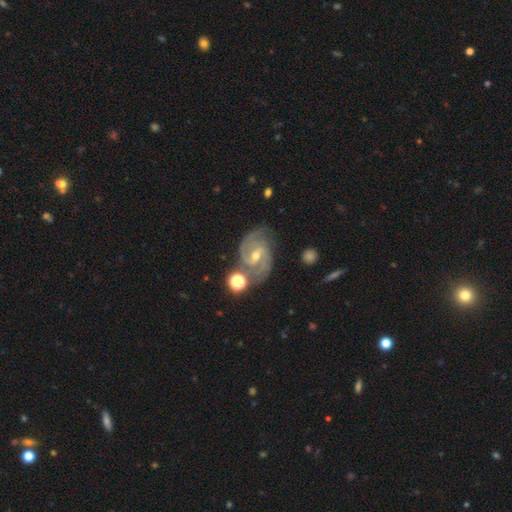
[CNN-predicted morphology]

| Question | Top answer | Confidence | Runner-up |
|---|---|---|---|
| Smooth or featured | featured or disk | 89% | star or artifact (6%) |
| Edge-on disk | no | 97% | yes (3%) |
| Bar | weak | 52% | no (25%) |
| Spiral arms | yes | 98% | no (2%) |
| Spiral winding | medium | 49% | tight (42%) |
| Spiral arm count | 2 | 79% | 3 (10%) |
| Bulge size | small | 51% | moderate (46%) |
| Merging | none | 74% | minor disturbance (16%) |